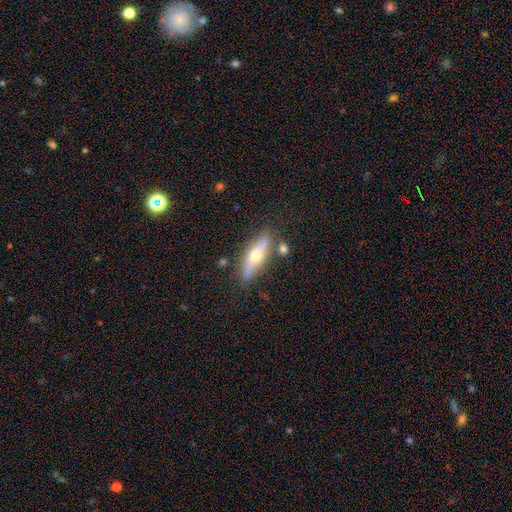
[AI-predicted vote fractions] Smooth or featured? featured or disk (56%)
Edge-on disk? yes (80%)
Merging? none (77%)